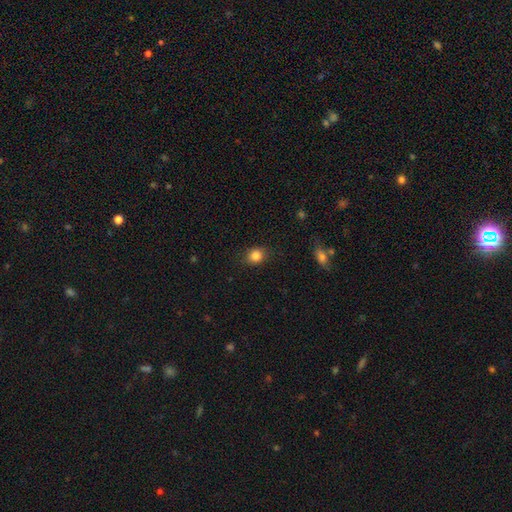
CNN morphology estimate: smooth_or_featured: smooth (p=0.84) [alt: star or artifact p=0.11]
how_rounded: round (p=0.62) [alt: in between p=0.37]
merging: none (p=0.87) [alt: minor disturbance p=0.10]